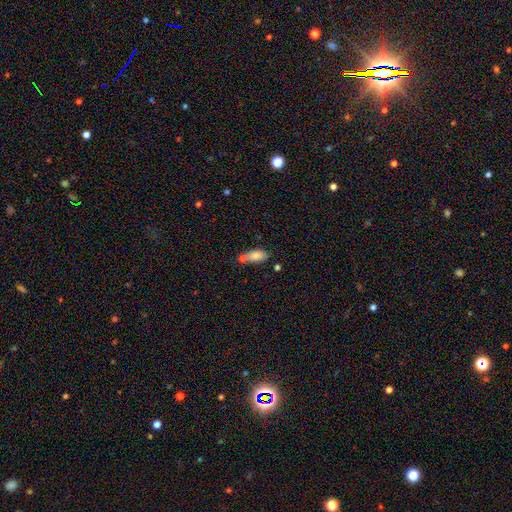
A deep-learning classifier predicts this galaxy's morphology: The model was most divided on "merging": none: 49%, merger: 29%, minor disturbance: 17%, major disturbance: 5%. More confident: how rounded — in between (85%); smooth or featured — smooth (79%).